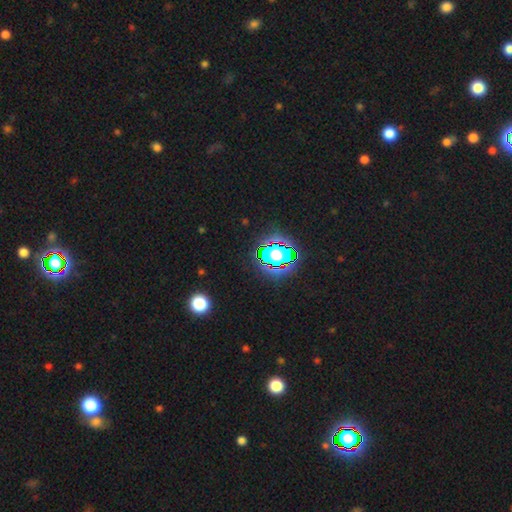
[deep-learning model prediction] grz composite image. It shows a star or artifact, not a galaxy (83%).